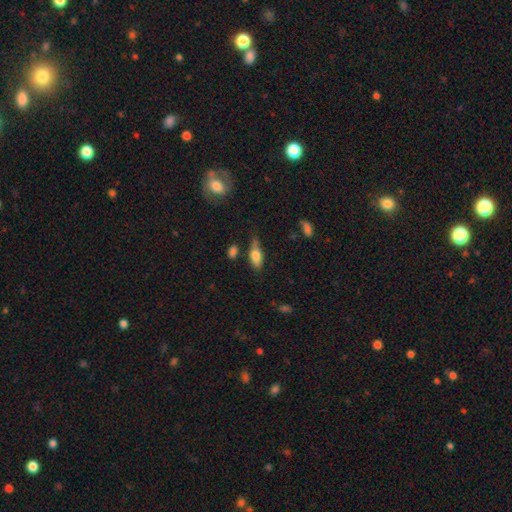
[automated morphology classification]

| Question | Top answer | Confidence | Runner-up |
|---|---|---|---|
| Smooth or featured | smooth | 72% | featured or disk (21%) |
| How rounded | in between | 72% | cigar-shaped (24%) |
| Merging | none | 61% | minor disturbance (27%) |